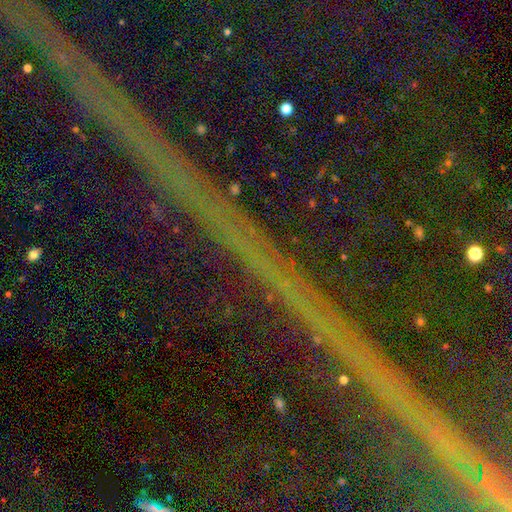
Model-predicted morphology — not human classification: star or artifact 82%, featured or disk 10%, smooth 8%.